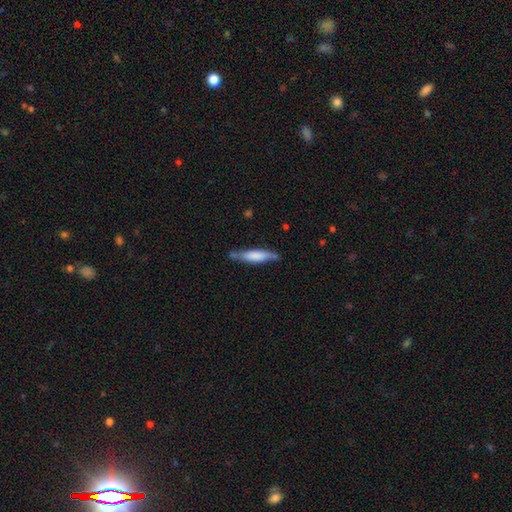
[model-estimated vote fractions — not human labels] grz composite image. It shows a smooth galaxy with no disk features (65%) that is cigar-shaped (81%). Merging: none (71%).